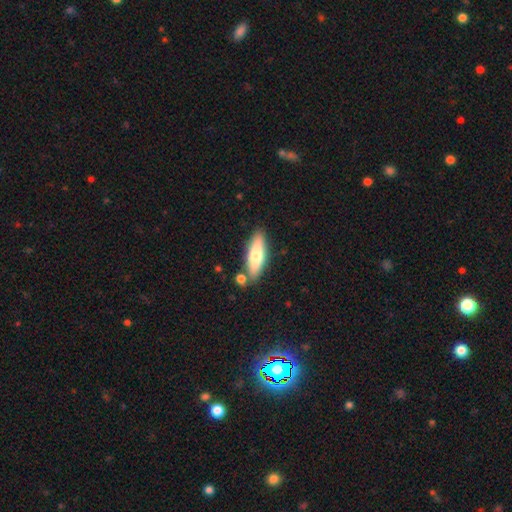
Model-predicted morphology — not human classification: smooth_or_featured: smooth (p=0.67) [alt: featured or disk p=0.27]
how_rounded: in between (p=0.49) [alt: cigar-shaped p=0.48]
merging: none (p=0.78) [alt: minor disturbance p=0.11]